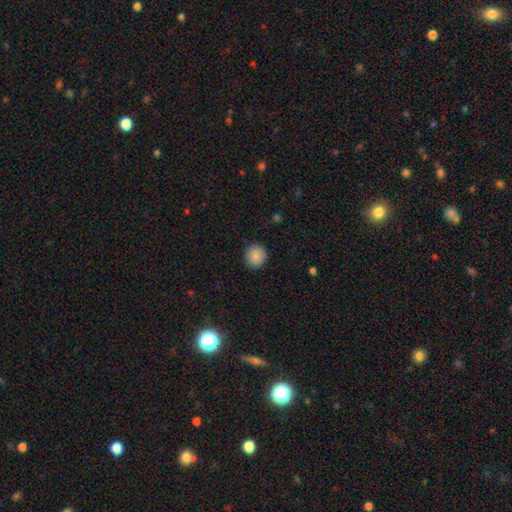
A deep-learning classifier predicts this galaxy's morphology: A smooth galaxy with no disk features (88%) that is round (90%). Merging: none (90%).